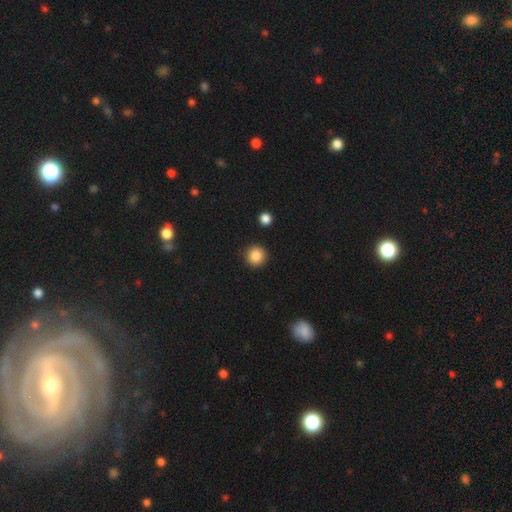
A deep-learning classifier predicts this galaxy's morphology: This is clearly a smooth galaxy (87%). How rounded: clearly round (95%). Merging: clearly none (92%).